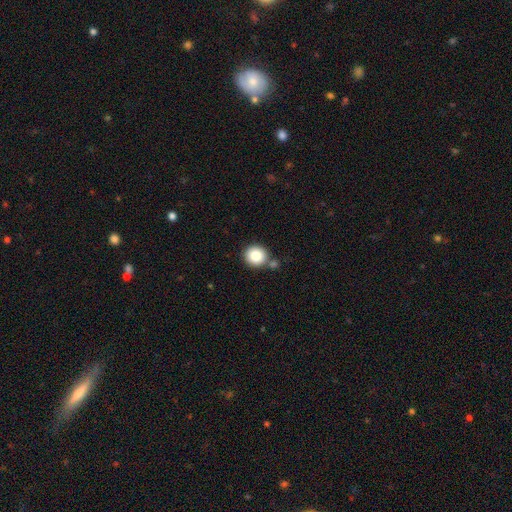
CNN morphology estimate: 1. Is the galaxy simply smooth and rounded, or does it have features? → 85% smooth, 9% star or artifact, 6% featured or disk.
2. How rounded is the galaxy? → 90% round, 9% in between, 1% cigar-shaped.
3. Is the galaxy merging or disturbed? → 73% none, 14% merger, 10% minor disturbance, 3% major disturbance.